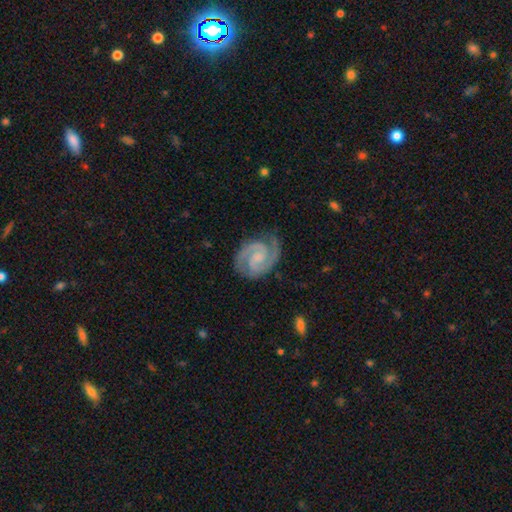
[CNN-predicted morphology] Overall: featured or disk (92%). Edge-on disk: no (98%). Bar: weak (45%; no 42%). Spiral arms: yes (99%). Spiral arm count: 2 (93%). Spiral winding: tight (53%; medium 42%). Bulge size: small (37%; none 35%). Merging: none (82%).